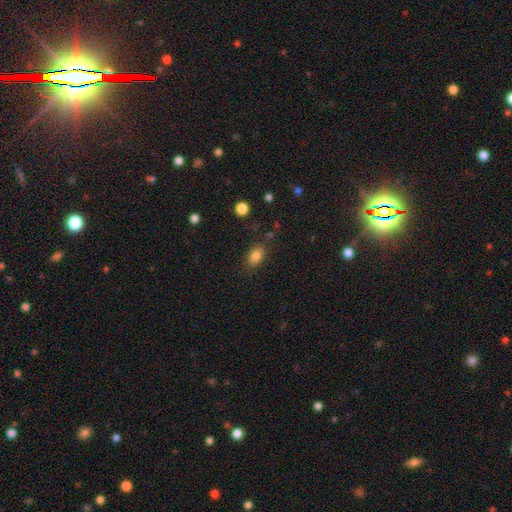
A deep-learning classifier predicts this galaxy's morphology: A smooth galaxy with no disk features (83%) that is in between round and cigar-shaped (85%). Merging: none (81%).